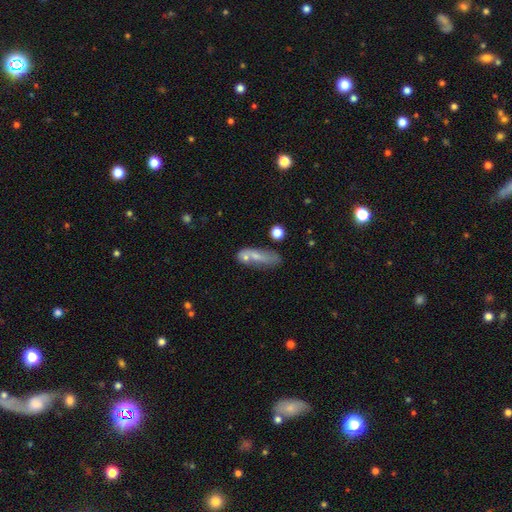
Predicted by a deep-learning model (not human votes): smooth 56%, featured or disk 32%, star or artifact 12%. Down the decision tree: how rounded — cigar-shaped (52%); merging — none (47%).